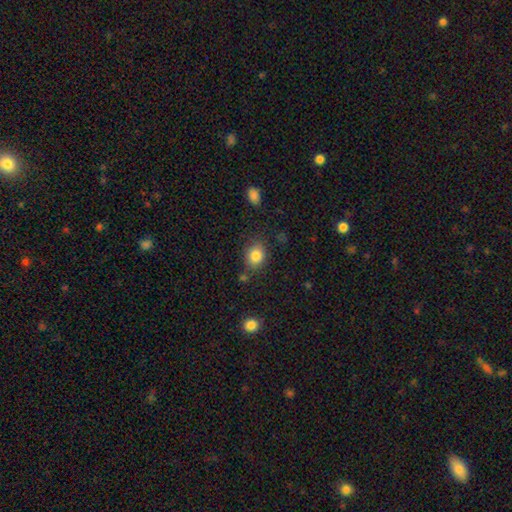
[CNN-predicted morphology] Overall: smooth (84%). How rounded: in between (50%; round 49%). Merging: none (77%).